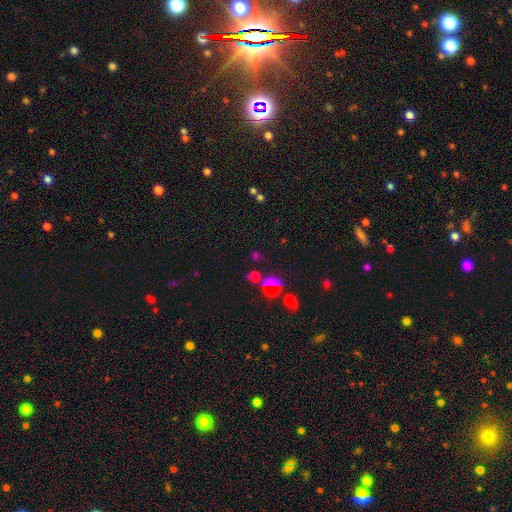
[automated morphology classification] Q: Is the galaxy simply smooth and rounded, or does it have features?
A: star or artifact — 50%.